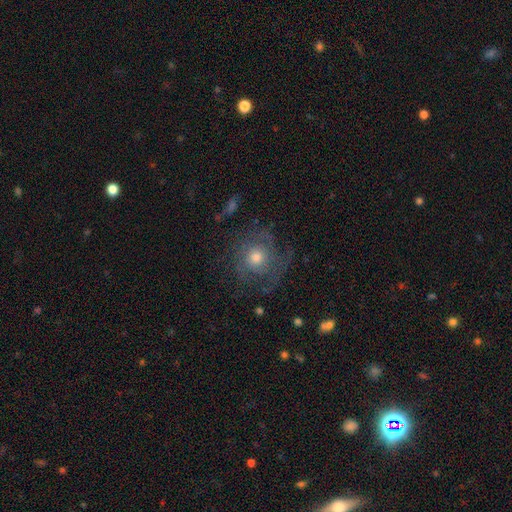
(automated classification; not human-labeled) Smooth or featured? featured or disk (55%)
Edge-on disk? no (96%)
Bar? no (84%)
Spiral arms? yes (73%)
Bulge size? moderate (66%)
Merging? none (70%)